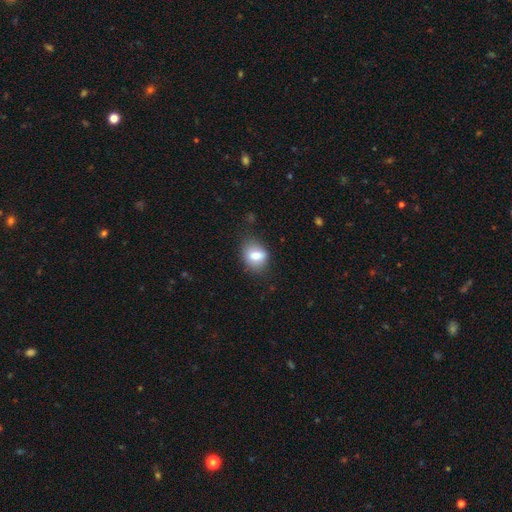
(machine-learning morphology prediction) type=smooth (77%); roundness=in between (56%); merging=none (71%).